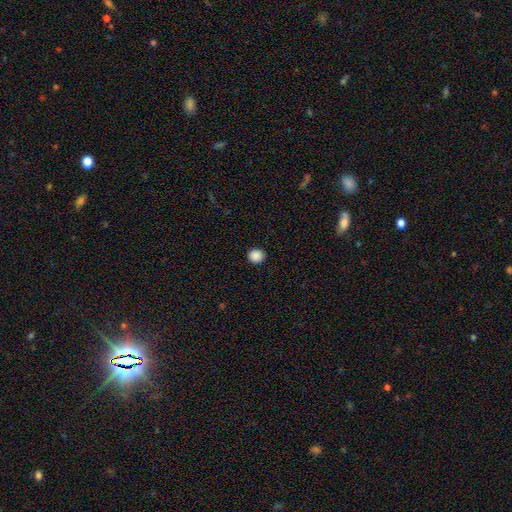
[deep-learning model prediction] The model was most divided on "how rounded": round: 85%, in between: 14%, cigar-shaped: 1%. More confident: merging — none (92%); smooth or featured — smooth (88%).